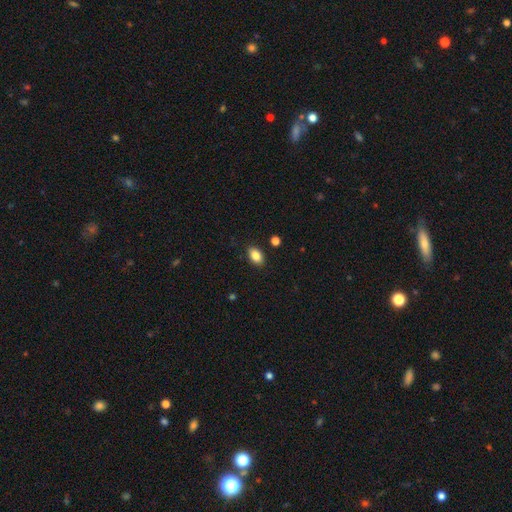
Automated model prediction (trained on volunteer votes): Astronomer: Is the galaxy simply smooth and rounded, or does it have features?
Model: smooth — 85%.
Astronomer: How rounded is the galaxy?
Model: in between — 89%.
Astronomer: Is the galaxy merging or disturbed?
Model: none — 87%.